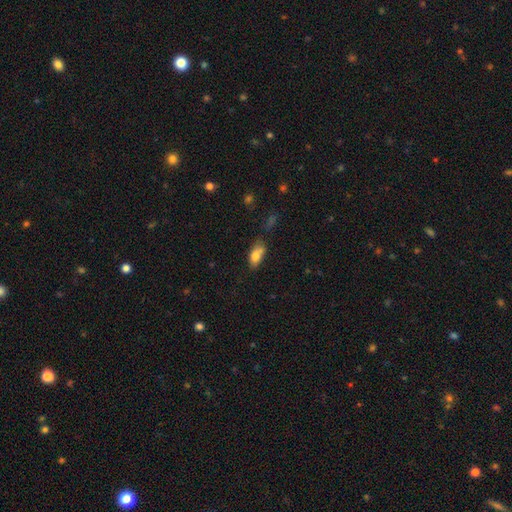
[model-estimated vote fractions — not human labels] Smooth or featured: smooth — 76% (featured or disk — 15%)
How rounded: in between — 85% (cigar-shaped — 9%)
Merging: none — 46% (minor disturbance — 25%)